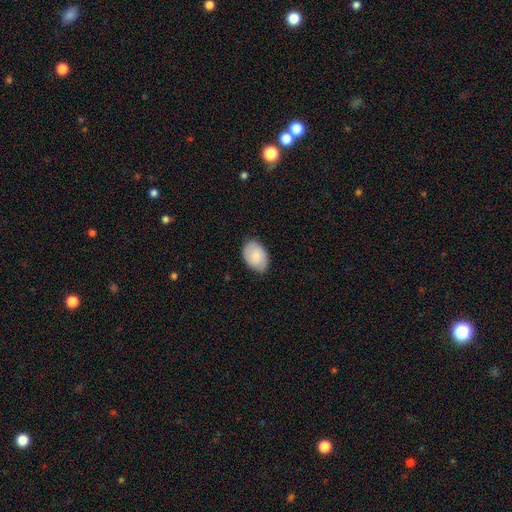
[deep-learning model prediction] smooth_or_featured: smooth (p=0.76) [alt: featured or disk p=0.18]
how_rounded: in between (p=0.85) [alt: round p=0.14]
merging: none (p=0.78) [alt: minor disturbance p=0.18]